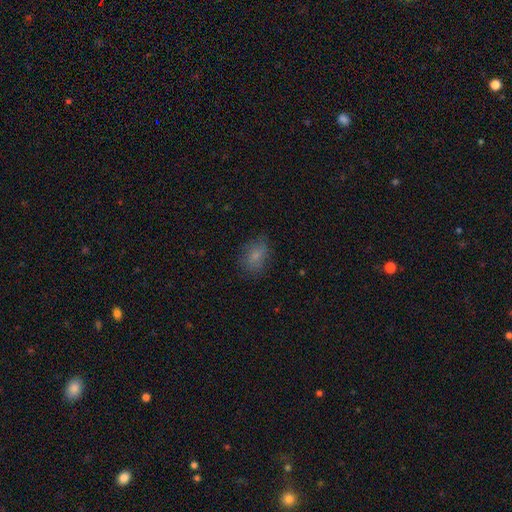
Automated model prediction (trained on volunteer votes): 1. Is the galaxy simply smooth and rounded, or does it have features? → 77% smooth, 12% featured or disk, 11% star or artifact.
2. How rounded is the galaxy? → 74% in between, 24% round, 2% cigar-shaped.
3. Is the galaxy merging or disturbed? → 73% none, 19% minor disturbance, 6% major disturbance, 1% merger.